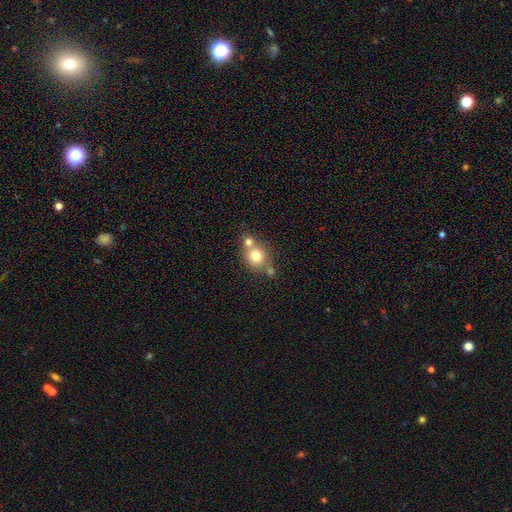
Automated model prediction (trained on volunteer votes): A smooth galaxy with no disk features (74%) that is round (79%).

Vote fractions:
- Smooth or featured? smooth: 74% / featured or disk: 14% / star or artifact: 11%
- How rounded? round: 79% / in between: 20% / cigar-shaped: 1%
- Merging? none: 45% / merger: 42% / minor disturbance: 9% / major disturbance: 4%